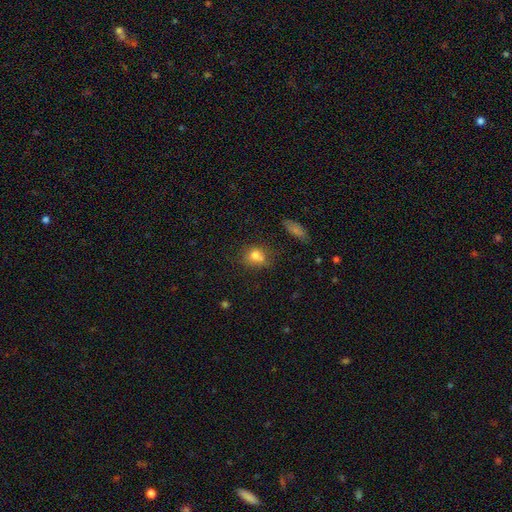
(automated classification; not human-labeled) Smooth or featured? smooth (75%)
How rounded? round (63%)
Merging? none (45%)